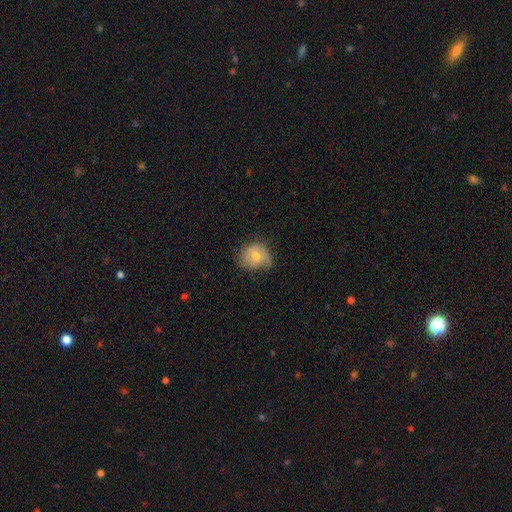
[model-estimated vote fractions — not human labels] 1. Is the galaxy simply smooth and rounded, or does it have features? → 58% smooth, 35% featured or disk, 7% star or artifact.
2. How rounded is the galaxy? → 63% round, 36% in between, 1% cigar-shaped.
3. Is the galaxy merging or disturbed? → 49% none, 35% minor disturbance, 15% major disturbance, 2% merger.